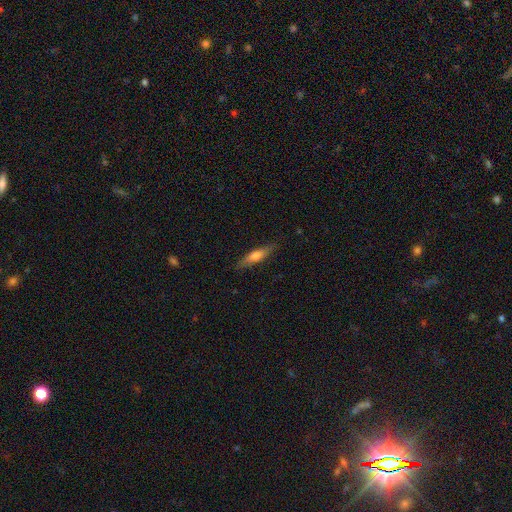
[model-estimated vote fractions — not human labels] Smooth or featured? smooth (61%)
How rounded? cigar-shaped (76%)
Merging? none (85%)